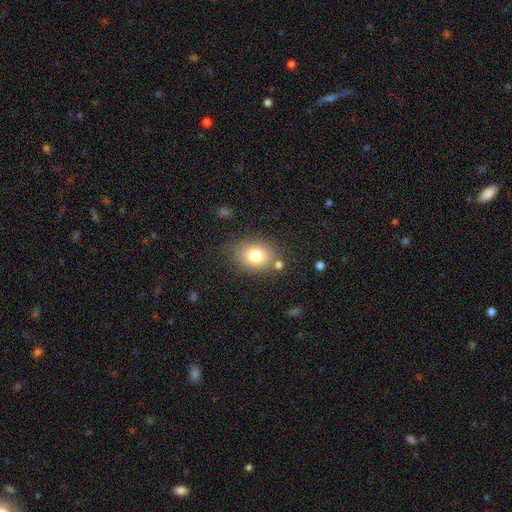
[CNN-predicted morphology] Q: Smooth or featured?
A: smooth (78%); runner-up: featured or disk (12%)
Q: How rounded?
A: in between (63%); runner-up: round (36%)
Q: Merging?
A: none (74%); runner-up: minor disturbance (15%)